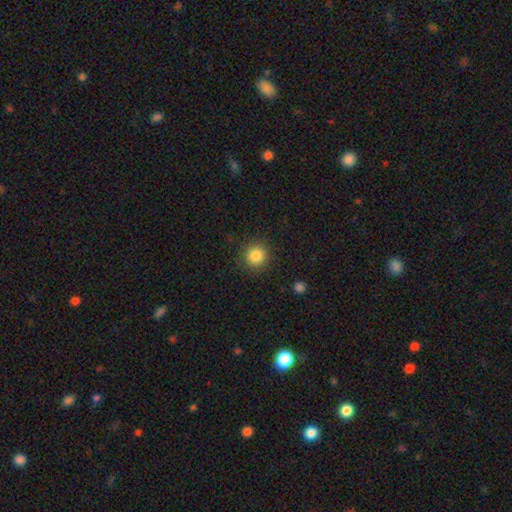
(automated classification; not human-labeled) A smooth galaxy with no disk features (84%) that is round (93%).

Vote fractions:
- Smooth or featured? smooth: 84% / star or artifact: 11% / featured or disk: 5%
- How rounded? round: 93% / in between: 7% / cigar-shaped: 1%
- Merging? none: 90% / minor disturbance: 7% / major disturbance: 3% / merger: 1%